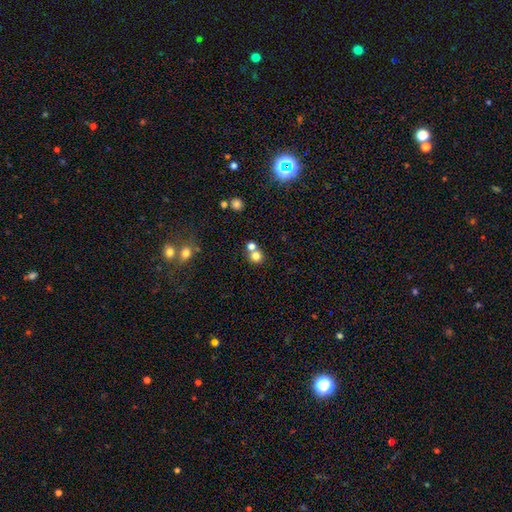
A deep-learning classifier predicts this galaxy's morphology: smooth-or-featured: smooth: 77% | star or artifact: 14% | featured or disk: 9%
  how-rounded: round: 86% | in between: 13% | cigar-shaped: 1%
  merging: none: 51% | merger: 39% | minor disturbance: 7% | major disturbance: 3%